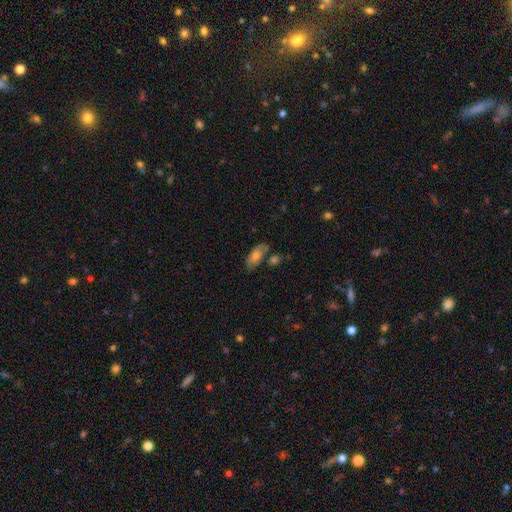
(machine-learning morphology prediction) Smooth or featured? smooth (71%)
How rounded? in between (88%)
Merging? none (64%)